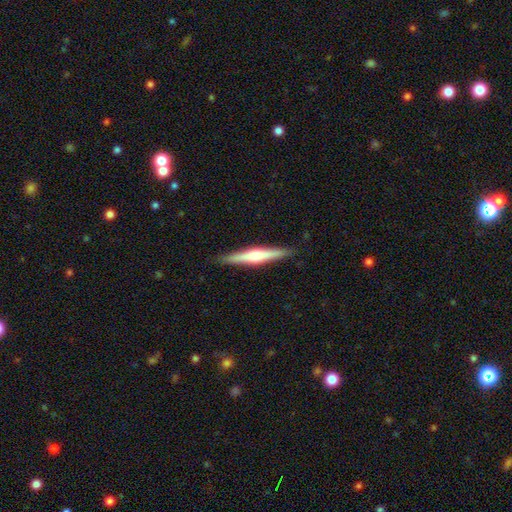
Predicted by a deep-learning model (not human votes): Q: Smooth or featured?
A: featured or disk (62%); runner-up: smooth (33%)
Q: Edge-on disk?
A: yes (97%); runner-up: no (3%)
Q: Edge-on bulge?
A: rounded (83%); runner-up: none (10%)
Q: Merging?
A: none (90%); runner-up: minor disturbance (7%)